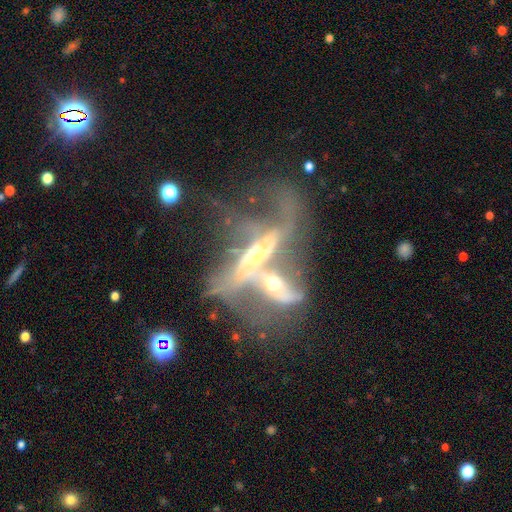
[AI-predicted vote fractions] This is likely a featured or disk galaxy (72%). It is likely not viewed edge-on (80%). Bar: possibly no (58%). Spiral arm pattern: possibly yes (58%). Central bulge: possibly moderate (56%). Merging: likely merger (77%).